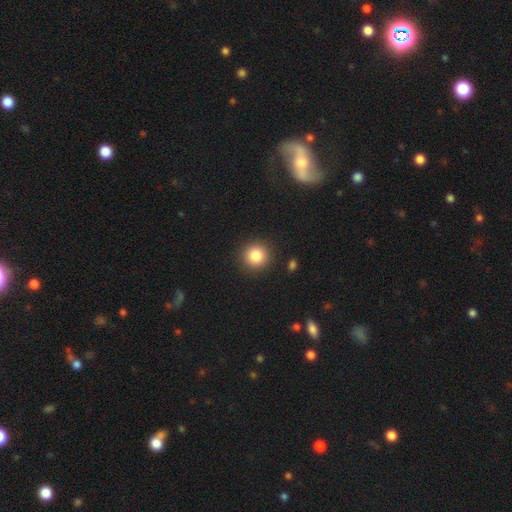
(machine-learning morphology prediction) smooth 84%, star or artifact 10%, featured or disk 6%. Down the decision tree: how rounded — round (94%); merging — none (90%).